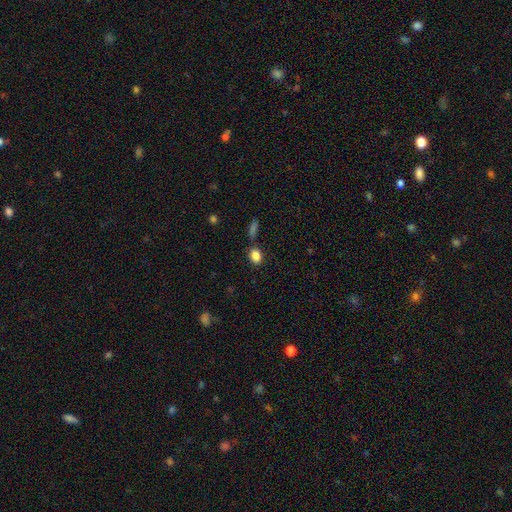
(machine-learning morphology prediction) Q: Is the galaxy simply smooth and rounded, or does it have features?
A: smooth — 85%.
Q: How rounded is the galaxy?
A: in between — 65%.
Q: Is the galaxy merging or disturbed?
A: none — 74%.